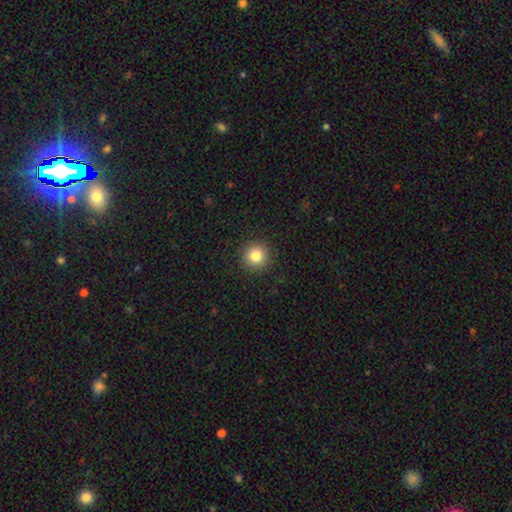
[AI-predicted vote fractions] The model was most divided on "smooth or featured": smooth: 83%, star or artifact: 11%, featured or disk: 6%. More confident: how rounded — round (95%); merging — none (92%).